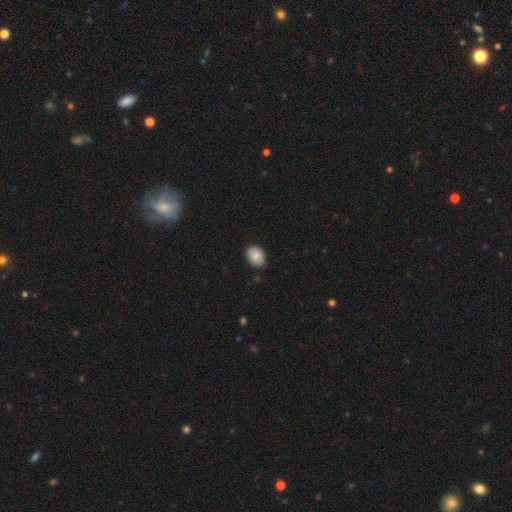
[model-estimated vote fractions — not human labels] Smooth or featured? Predicted: smooth (p=0.85). How rounded? Predicted: in between (p=0.72). Merging? Predicted: none (p=0.83).